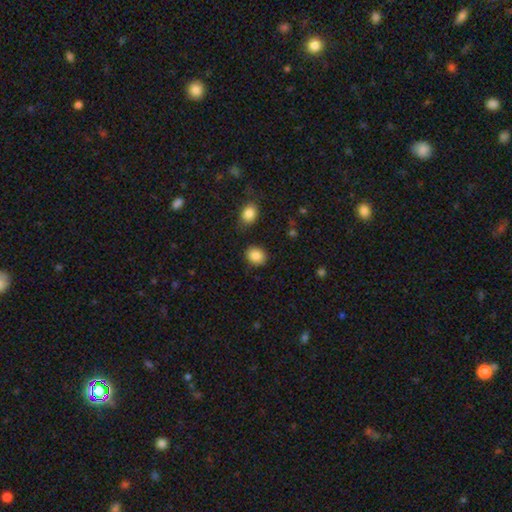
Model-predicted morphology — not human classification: A smooth galaxy with no disk features (87%) that is round (60%).

Vote fractions:
- Smooth or featured? smooth: 87% / star or artifact: 8% / featured or disk: 5%
- How rounded? round: 60% / in between: 39% / cigar-shaped: 1%
- Merging? none: 85% / minor disturbance: 10% / merger: 3% / major disturbance: 3%